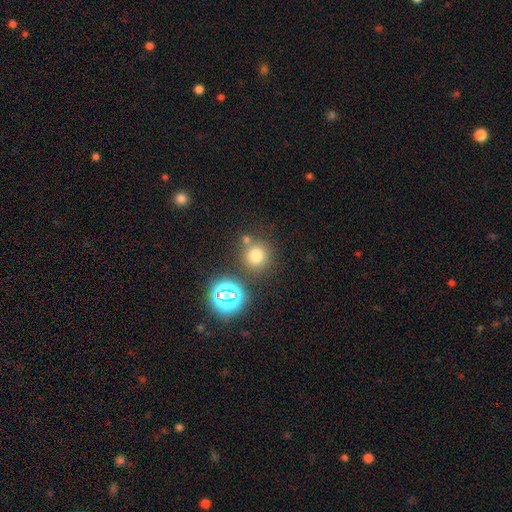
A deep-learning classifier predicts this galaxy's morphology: Overall: smooth (71%). How rounded: round (90%). Merging: none (73%).